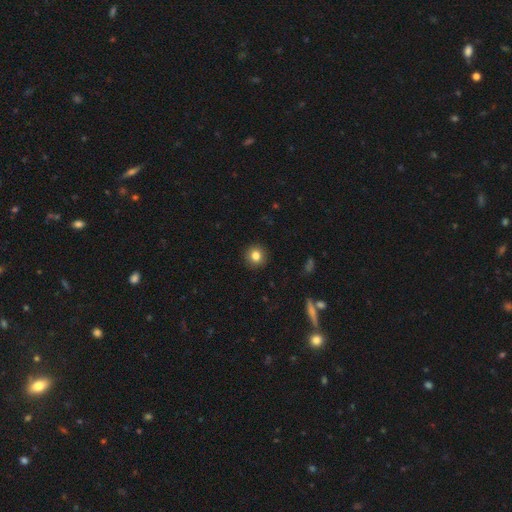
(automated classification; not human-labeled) smooth 82%, star or artifact 11%, featured or disk 7%. Down the decision tree: how rounded — round (93%); merging — none (92%).